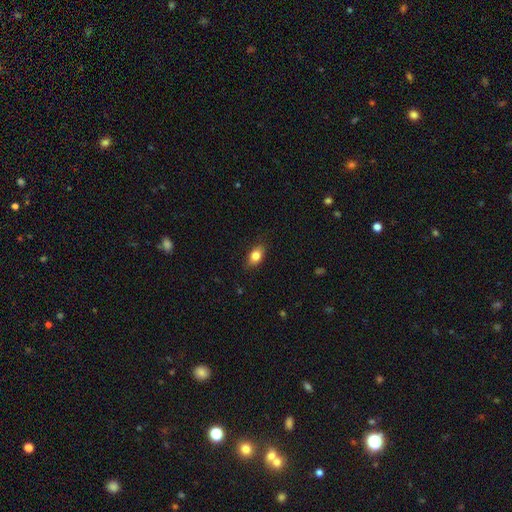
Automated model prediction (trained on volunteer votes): Smooth or featured: smooth — 80% (featured or disk — 12%)
How rounded: in between — 82% (round — 13%)
Merging: none — 83% (minor disturbance — 13%)